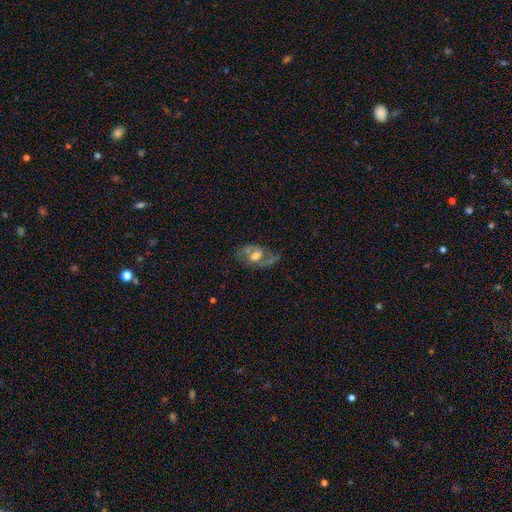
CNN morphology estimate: A featured or disk galaxy (75%) with a weak bar (50%), 2 (80%) medium (46%) spiral arms (86%) and a moderate central bulge (59%).

Vote fractions:
- Smooth or featured? featured or disk: 75% / smooth: 17% / star or artifact: 8%
- Edge-on disk? no: 96% / yes: 4%
- Bar? weak: 50% / no: 34% / strong: 16%
- Spiral arms? yes: 86% / no: 14%
- Spiral winding? medium: 46% / loose: 41% / tight: 14%
- Spiral arm count? 2: 80% / 1: 10% / can't tell: 6% / 3: 1% / 4: 1% / more than 4: 1%
- Bulge size? moderate: 59% / large: 19% / small: 16% / none: 4% / dominant: 2%
- Merging? none: 55% / minor disturbance: 22% / major disturbance: 19% / merger: 4%